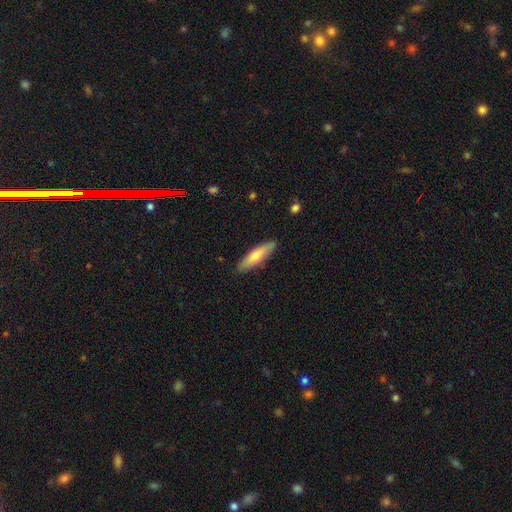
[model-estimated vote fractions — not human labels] A smooth galaxy with no disk features (63%) that is cigar-shaped (71%). Merging: none (88%).